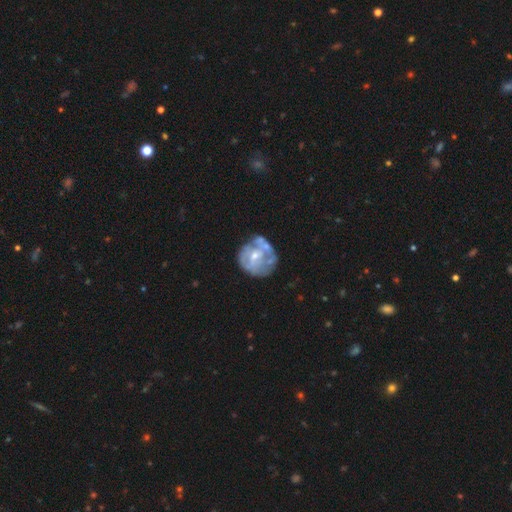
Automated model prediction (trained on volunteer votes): smooth-or-featured: featured or disk: 65% | smooth: 27% | star or artifact: 7%
  disk-edge-on: no: 98% | yes: 2%
    bar: no: 65% | weak: 29% | strong: 7%
    has-spiral-arms: no: 66% | yes: 34%
    bulge-size: small: 48% | moderate: 44% | none: 5% | large: 2% | dominant: 1%
  merging: none: 46% | minor disturbance: 22% | major disturbance: 18% | merger: 15%